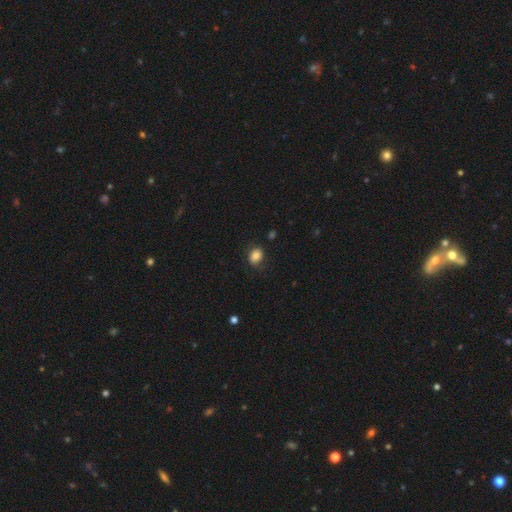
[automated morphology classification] A smooth galaxy with no disk features (83%) that is in between round and cigar-shaped (64%).

Vote fractions:
- Smooth or featured? smooth: 83% / star or artifact: 9% / featured or disk: 7%
- How rounded? in between: 64% / round: 35% / cigar-shaped: 1%
- Merging? none: 74% / minor disturbance: 19% / major disturbance: 6% / merger: 1%